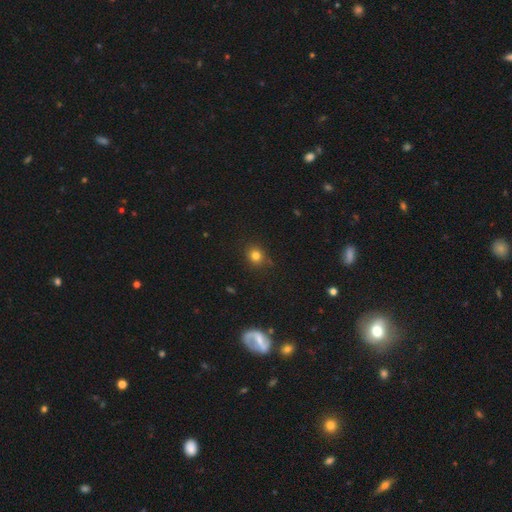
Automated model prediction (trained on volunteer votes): A smooth galaxy with no disk features (79%) that is round (77%).

Vote fractions:
- Smooth or featured? smooth: 79% / star or artifact: 14% / featured or disk: 7%
- How rounded? round: 77% / in between: 22% / cigar-shaped: 1%
- Merging? none: 83% / minor disturbance: 13% / major disturbance: 3% / merger: 2%